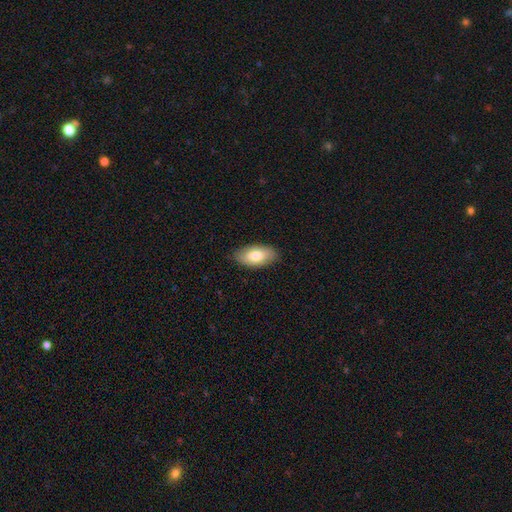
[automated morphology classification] smooth 77%, featured or disk 17%, star or artifact 6%. Down the decision tree: how rounded — in between (93%); merging — none (86%).